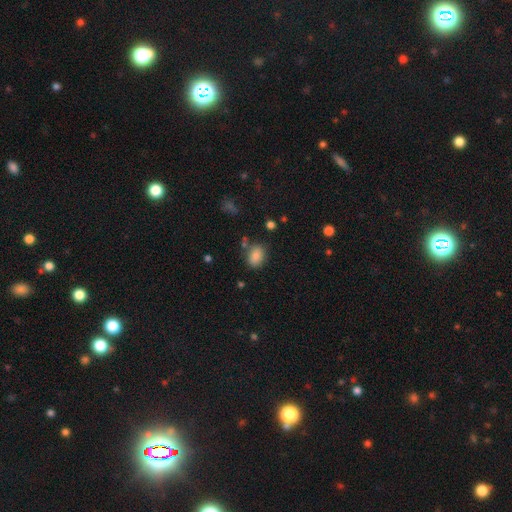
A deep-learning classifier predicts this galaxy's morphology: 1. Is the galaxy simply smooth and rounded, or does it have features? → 85% smooth, 9% star or artifact, 6% featured or disk.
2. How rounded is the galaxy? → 75% in between, 23% round, 1% cigar-shaped.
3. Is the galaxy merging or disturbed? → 74% none, 15% minor disturbance, 6% merger, 5% major disturbance.